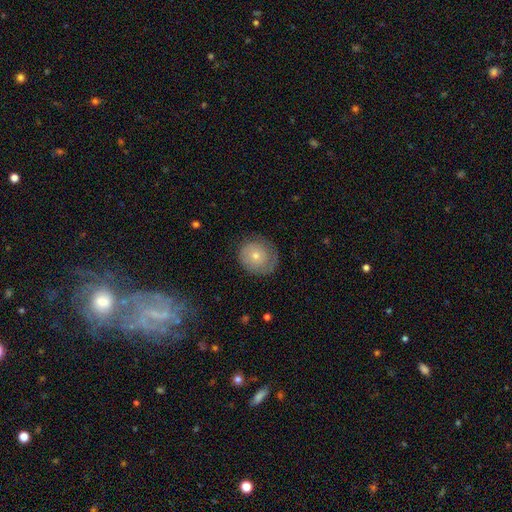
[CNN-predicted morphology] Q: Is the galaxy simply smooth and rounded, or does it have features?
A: featured or disk — 47%.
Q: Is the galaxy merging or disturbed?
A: none — 78%.